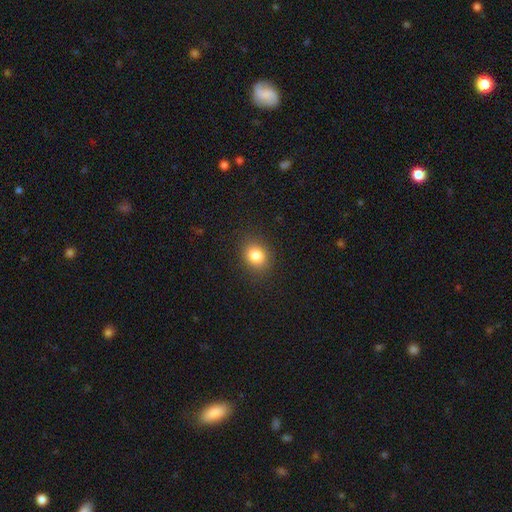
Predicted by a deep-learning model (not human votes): Smooth or featured?
  - smooth: 83% *
  - star or artifact: 11%
  - featured or disk: 6%
How rounded?
  - round: 57% *
  - in between: 42%
  - cigar-shaped: 1%
Merging?
  - none: 87% *
  - minor disturbance: 9%
  - major disturbance: 3%
  - merger: 1%